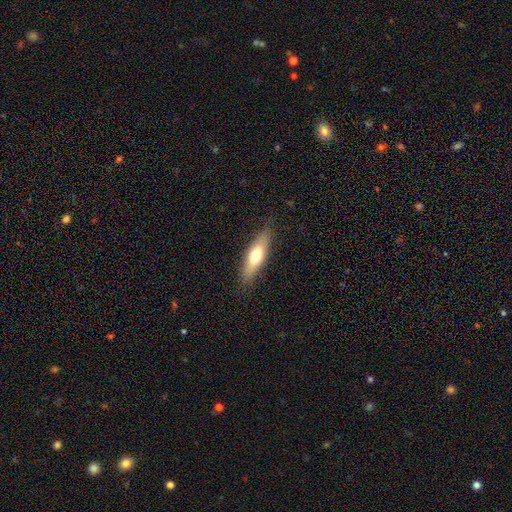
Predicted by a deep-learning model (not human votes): Overall: smooth (61%; featured or disk 33%). How rounded: cigar-shaped (64%; in between 34%). Merging: none (85%).